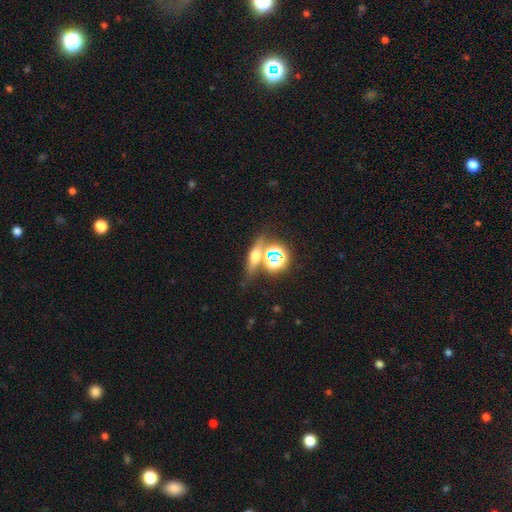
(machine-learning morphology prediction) Smooth or featured? smooth (40%)
Merging? none (67%)